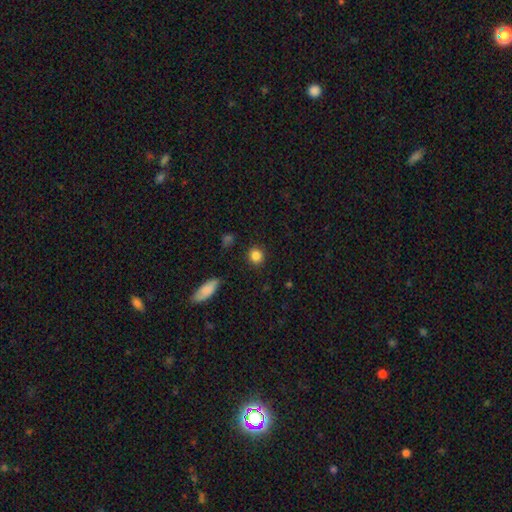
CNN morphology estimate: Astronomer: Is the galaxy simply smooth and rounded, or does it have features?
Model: smooth — 85%.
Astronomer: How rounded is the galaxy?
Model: round — 87%.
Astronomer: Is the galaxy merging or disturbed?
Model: none — 89%.